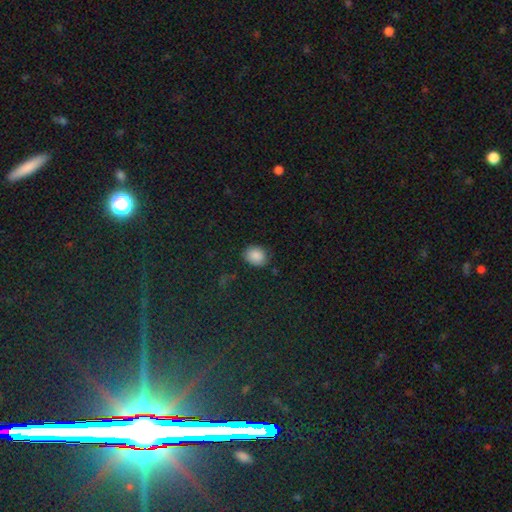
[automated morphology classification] Smooth or featured?
  - smooth: 85% *
  - star or artifact: 9%
  - featured or disk: 5%
How rounded?
  - in between: 50% *
  - round: 49%
  - cigar-shaped: 1%
Merging?
  - none: 78% *
  - minor disturbance: 17%
  - major disturbance: 4%
  - merger: 1%